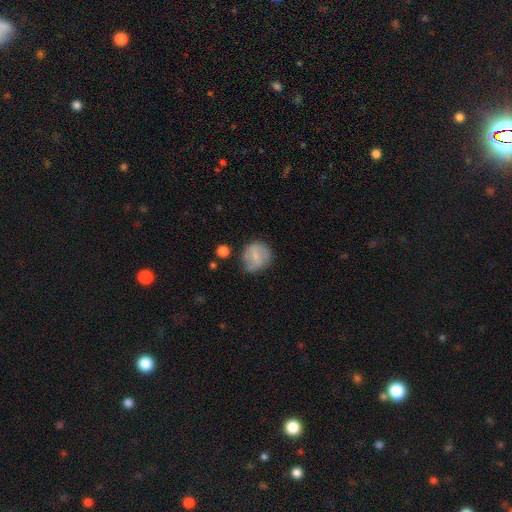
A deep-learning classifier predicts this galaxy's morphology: This appears to be a smooth galaxy with no disk features (63%) that is round (83%). Merging: none (63%).